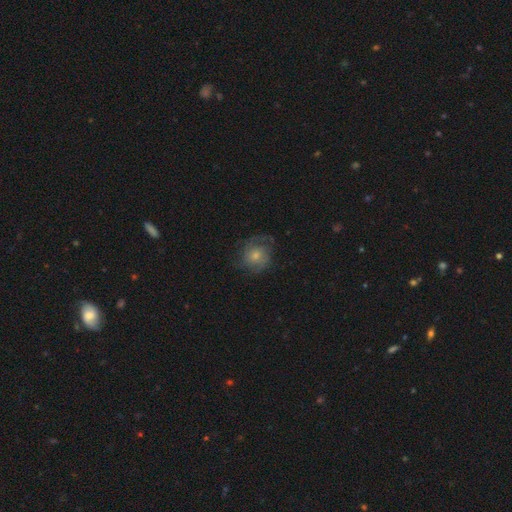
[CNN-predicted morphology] type=featured or disk (51%); edge-on=no (97%); merging=none (61%).